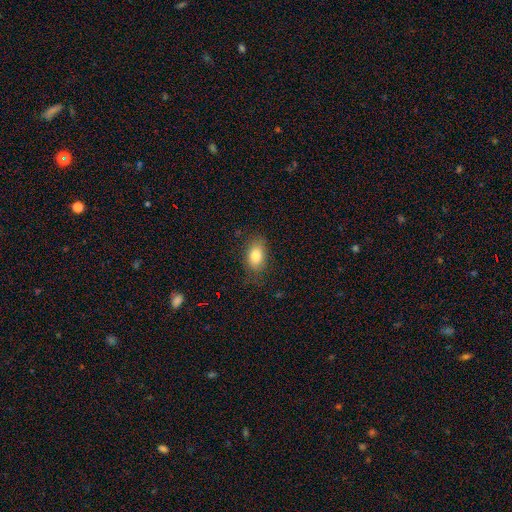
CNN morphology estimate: smooth_or_featured: smooth (p=0.82) [alt: featured or disk p=0.09]
how_rounded: in between (p=0.86) [alt: round p=0.12]
merging: none (p=0.77) [alt: minor disturbance p=0.17]